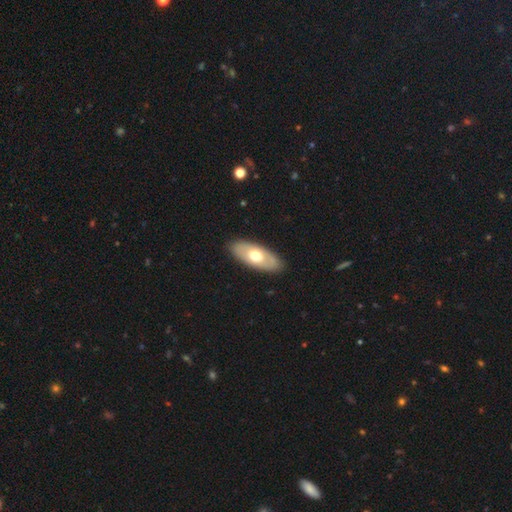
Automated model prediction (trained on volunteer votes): Q: Smooth or featured?
A: smooth (55%); runner-up: featured or disk (41%)
Q: How rounded?
A: in between (86%); runner-up: cigar-shaped (11%)
Q: Merging?
A: none (88%); runner-up: minor disturbance (9%)